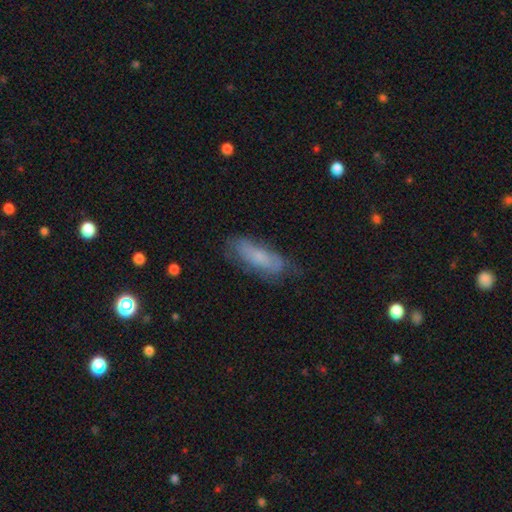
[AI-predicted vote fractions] A smooth galaxy with no disk features (56%) that is in between round and cigar-shaped (55%).

Vote fractions:
- Smooth or featured? smooth: 56% / featured or disk: 33% / star or artifact: 10%
- How rounded? in between: 55% / cigar-shaped: 43% / round: 2%
- Merging? none: 74% / minor disturbance: 19% / major disturbance: 6% / merger: 2%